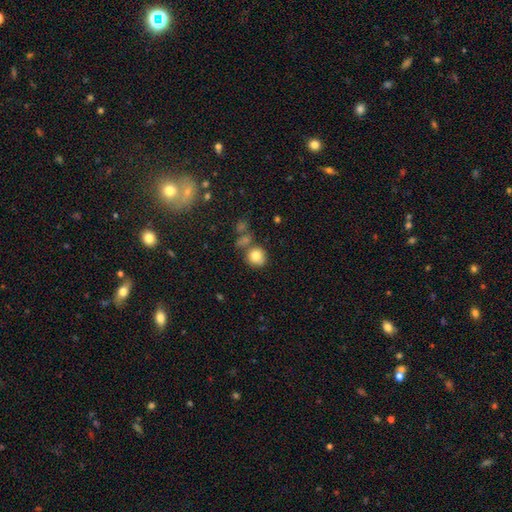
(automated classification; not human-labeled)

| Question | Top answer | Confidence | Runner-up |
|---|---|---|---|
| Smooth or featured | smooth | 81% | star or artifact (10%) |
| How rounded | round | 86% | in between (13%) |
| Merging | none | 64% | merger (16%) |